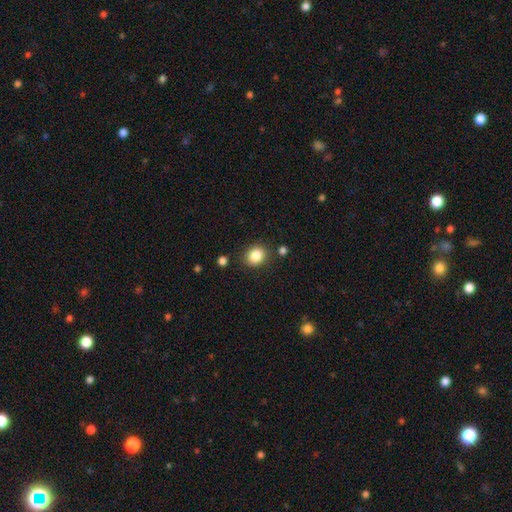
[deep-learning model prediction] This appears to be a smooth galaxy with no disk features (85%) that is round (67%). Merging: none (83%).